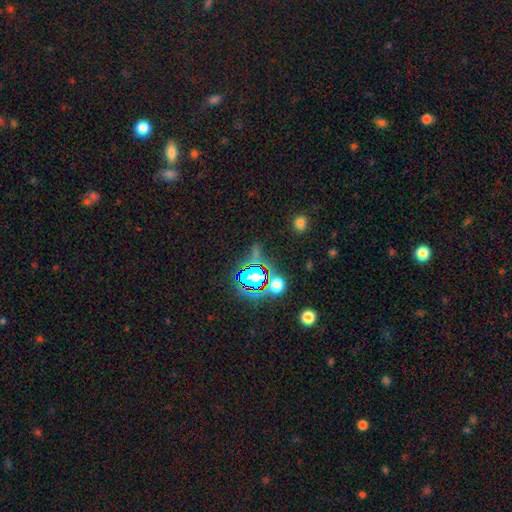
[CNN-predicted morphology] Smooth or featured?
  - star or artifact: 74% *
  - smooth: 17%
  - featured or disk: 9%